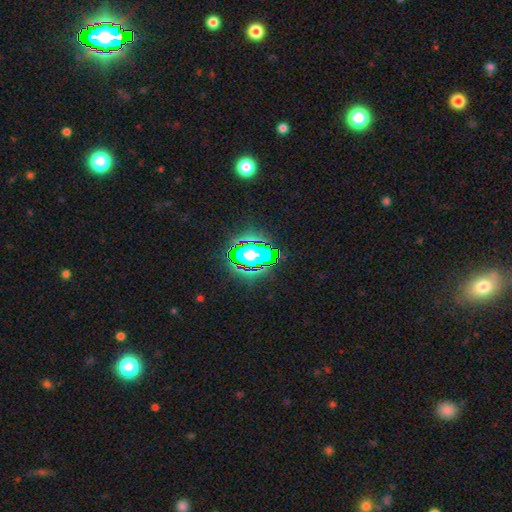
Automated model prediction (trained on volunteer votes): Smooth or featured? Predicted: star or artifact (p=0.52).